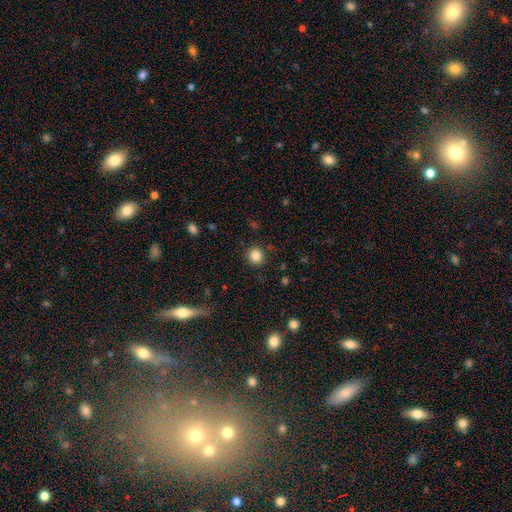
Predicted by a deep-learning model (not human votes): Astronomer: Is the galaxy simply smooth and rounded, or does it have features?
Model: smooth — 85%.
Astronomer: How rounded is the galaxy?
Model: round — 89%.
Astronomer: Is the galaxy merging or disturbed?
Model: none — 89%.